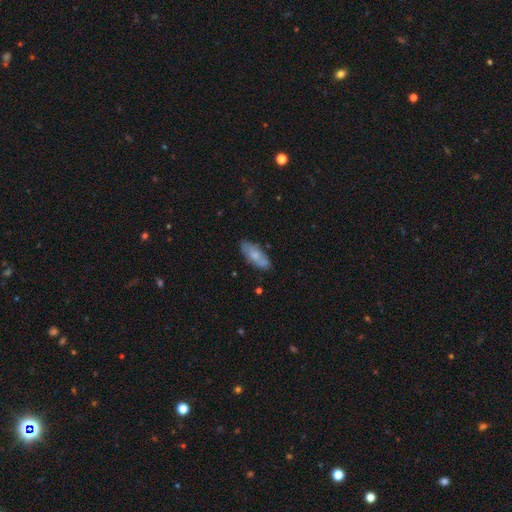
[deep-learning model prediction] A smooth galaxy with no disk features (65%) that is in between round and cigar-shaped (75%).

Vote fractions:
- Smooth or featured? smooth: 65% / featured or disk: 28% / star or artifact: 6%
- How rounded? in between: 75% / cigar-shaped: 22% / round: 2%
- Merging? none: 75% / minor disturbance: 19% / major disturbance: 4% / merger: 3%